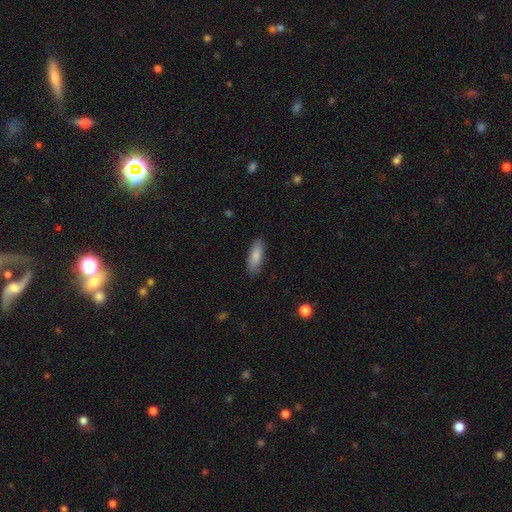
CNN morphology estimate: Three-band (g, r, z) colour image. It shows a smooth galaxy with no disk features (84%) that is in between round and cigar-shaped (65%). Merging: none (84%).